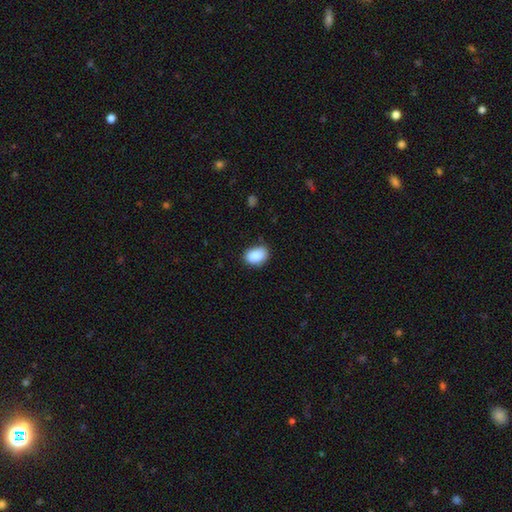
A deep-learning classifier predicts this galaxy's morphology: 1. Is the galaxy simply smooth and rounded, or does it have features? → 89% smooth, 8% star or artifact, 4% featured or disk.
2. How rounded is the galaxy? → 82% in between, 17% round, 1% cigar-shaped.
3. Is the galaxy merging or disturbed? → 78% none, 17% minor disturbance, 3% major disturbance, 1% merger.